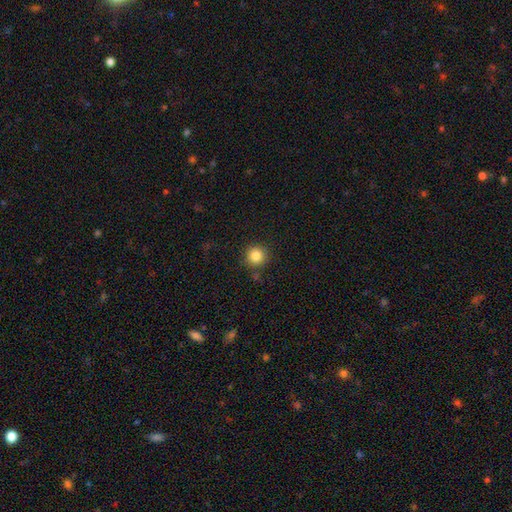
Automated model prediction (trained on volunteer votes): A smooth galaxy with no disk features (85%) that is round (94%). Merging: none (87%).